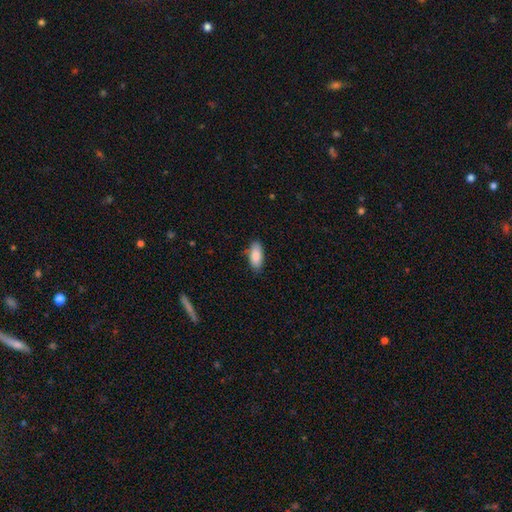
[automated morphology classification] Smooth or featured: smooth — 86% (featured or disk — 8%)
How rounded: in between — 88% (cigar-shaped — 10%)
Merging: none — 82% (minor disturbance — 14%)